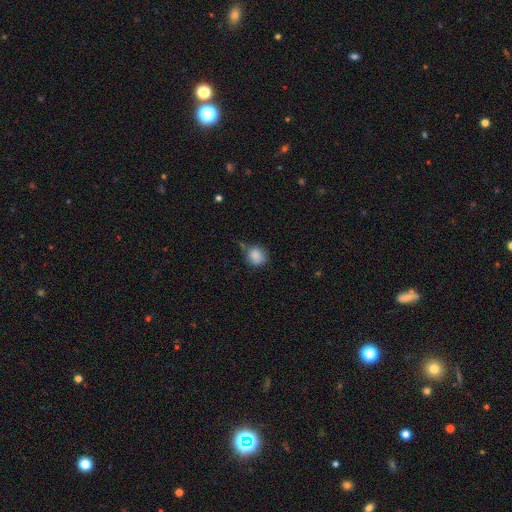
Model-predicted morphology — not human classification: Q: Smooth or featured?
A: smooth (86%); runner-up: star or artifact (9%)
Q: How rounded?
A: round (78%); runner-up: in between (21%)
Q: Merging?
A: none (59%); runner-up: minor disturbance (27%)